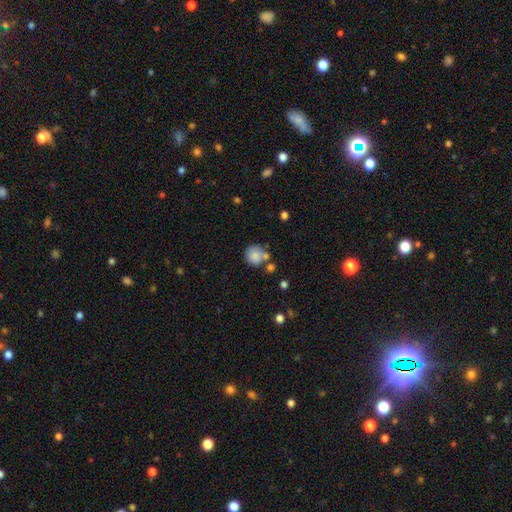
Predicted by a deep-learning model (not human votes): smooth-or-featured: smooth: 82% | featured or disk: 9% | star or artifact: 9%
  how-rounded: round: 84% | in between: 15% | cigar-shaped: 1%
  merging: none: 57% | merger: 20% | minor disturbance: 17% | major disturbance: 6%